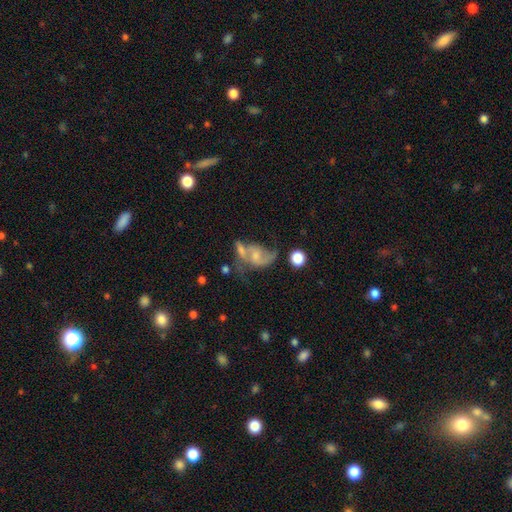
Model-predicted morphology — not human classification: A featured or disk galaxy (66%) with no bar (60%), 2 (74%) loose (56%) spiral arms (81%) and a small central bulge (44%).

Vote fractions:
- Smooth or featured? featured or disk: 66% / smooth: 24% / star or artifact: 10%
- Edge-on disk? no: 96% / yes: 4%
- Bar? no: 60% / weak: 32% / strong: 8%
- Spiral arms? yes: 81% / no: 19%
- Spiral winding? loose: 56% / medium: 34% / tight: 10%
- Spiral arm count? 2: 74% / 1: 13% / can't tell: 9% / 3: 2% / 4: 1% / more than 4: 1%
- Bulge size? small: 44% / moderate: 36% / none: 14% / large: 4% / dominant: 2%
- Merging? merger: 31% / none: 27% / major disturbance: 24% / minor disturbance: 18%